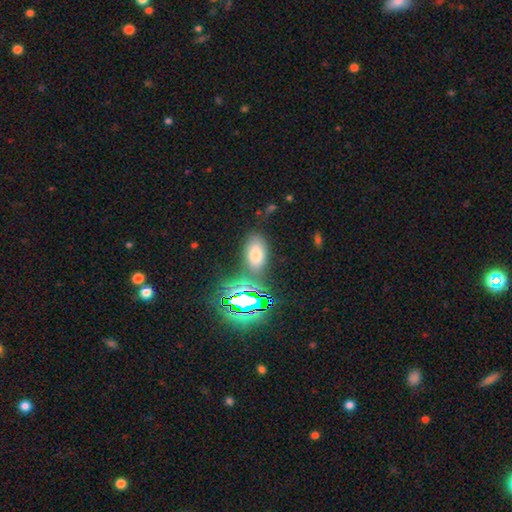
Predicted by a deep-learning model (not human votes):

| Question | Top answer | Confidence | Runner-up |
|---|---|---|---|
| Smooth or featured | smooth | 63% | star or artifact (26%) |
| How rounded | in between | 89% | round (8%) |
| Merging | none | 76% | minor disturbance (12%) |